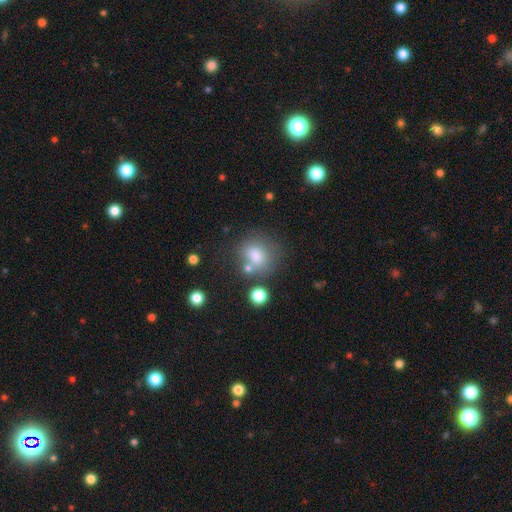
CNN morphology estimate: This is likely a smooth galaxy (75%). How rounded: likely round (71%). Merging: possibly none (58%).